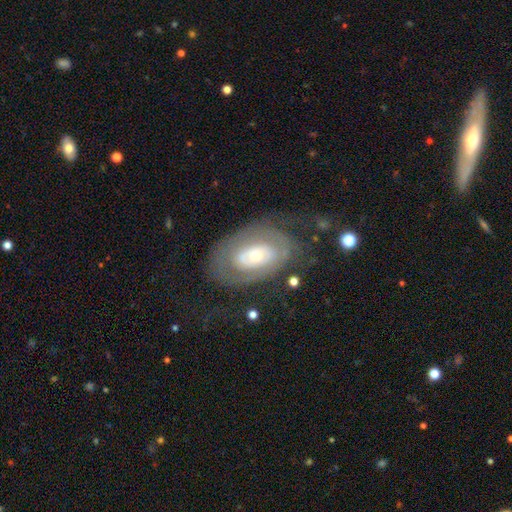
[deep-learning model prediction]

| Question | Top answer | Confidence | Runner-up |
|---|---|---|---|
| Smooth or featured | featured or disk | 68% | smooth (26%) |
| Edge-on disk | no | 93% | yes (7%) |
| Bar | no | 79% | weak (16%) |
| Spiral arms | no | 50% | tied: yes (50%) |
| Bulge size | moderate | 48% | small (44%) |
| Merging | none | 59% | minor disturbance (20%) |